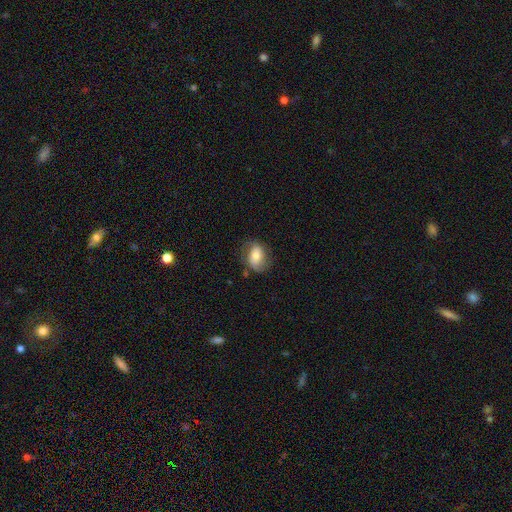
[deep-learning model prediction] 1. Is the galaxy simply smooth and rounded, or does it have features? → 59% smooth, 33% featured or disk, 8% star or artifact.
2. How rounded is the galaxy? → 76% in between, 22% round, 2% cigar-shaped.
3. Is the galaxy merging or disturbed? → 66% none, 23% minor disturbance, 9% major disturbance, 2% merger.